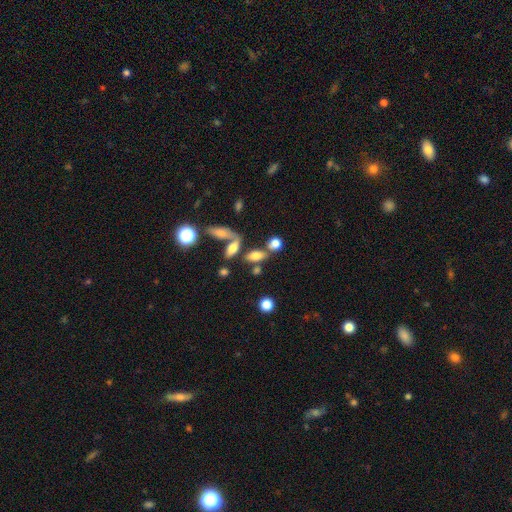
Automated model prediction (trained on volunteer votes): Smooth or featured? Predicted: smooth (p=0.69). How rounded? Predicted: in between (p=0.75). Merging? Predicted: none (p=0.50).